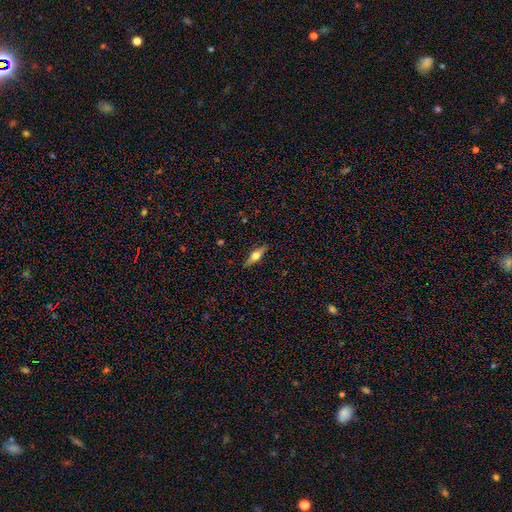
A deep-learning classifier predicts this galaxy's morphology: Smooth or featured? featured or disk (55%)
Edge-on disk? yes (93%)
Edge-on bulge? rounded (93%)
Merging? none (88%)